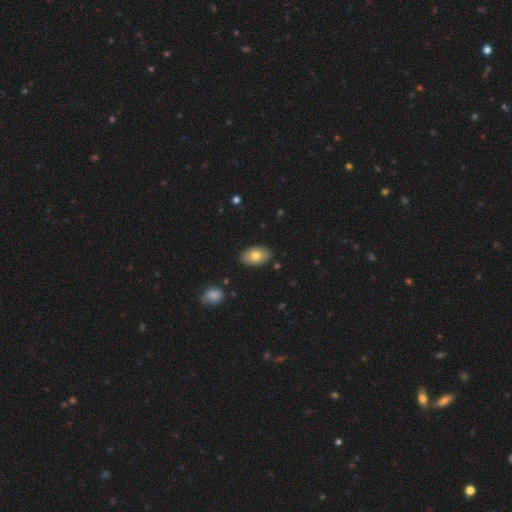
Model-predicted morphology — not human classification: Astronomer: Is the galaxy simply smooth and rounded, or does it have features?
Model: smooth — 77%.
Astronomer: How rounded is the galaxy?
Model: in between — 91%.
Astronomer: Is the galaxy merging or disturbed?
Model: none — 87%.